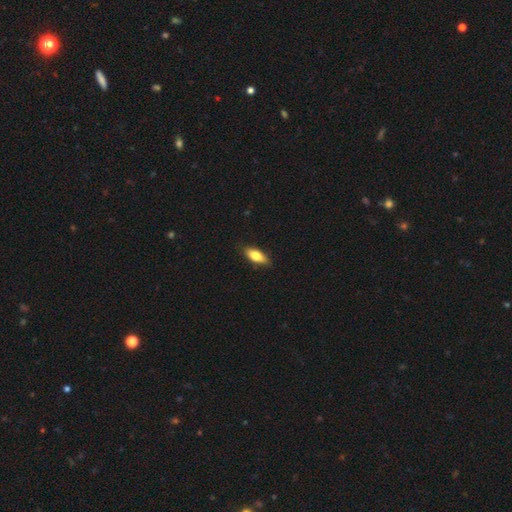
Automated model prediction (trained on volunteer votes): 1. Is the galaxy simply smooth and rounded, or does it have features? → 75% smooth, 19% featured or disk, 6% star or artifact.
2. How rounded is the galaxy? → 75% in between, 22% cigar-shaped, 3% round.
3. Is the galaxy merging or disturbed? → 83% none, 14% minor disturbance, 2% major disturbance, 1% merger.